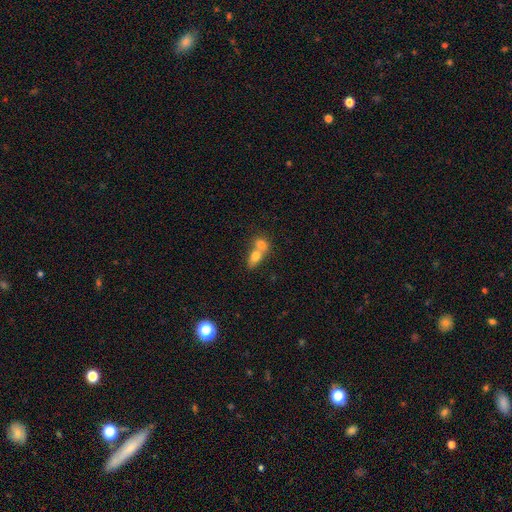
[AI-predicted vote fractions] This appears to be a smooth galaxy with no disk features (73%) that is in between round and cigar-shaped (69%). Merging: merger (72%).